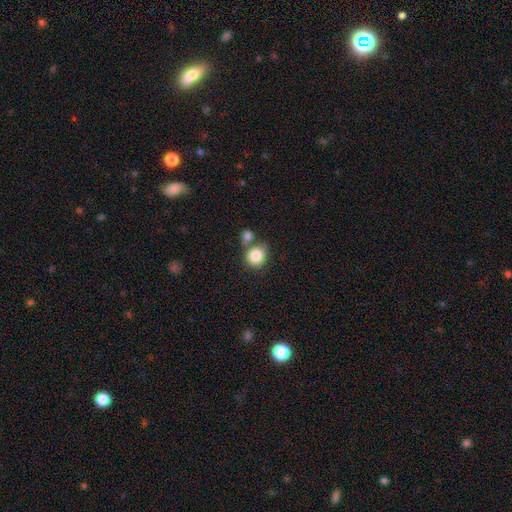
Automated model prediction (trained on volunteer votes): Smooth or featured? Predicted: smooth (p=0.84). How rounded? Predicted: round (p=0.85). Merging? Predicted: none (p=0.56).